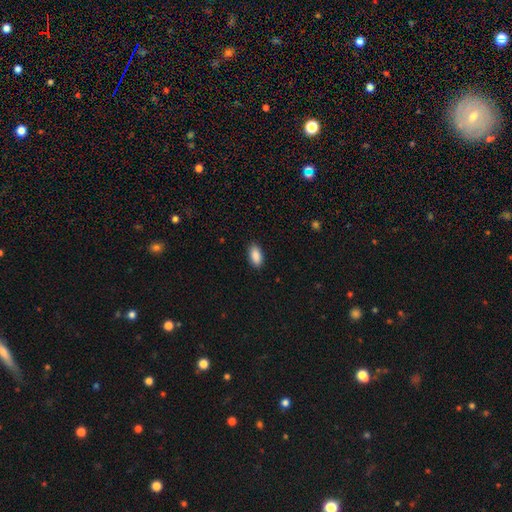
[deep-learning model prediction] A smooth galaxy with no disk features (90%) that is in between round and cigar-shaped (92%).

Vote fractions:
- Smooth or featured? smooth: 90% / star or artifact: 7% / featured or disk: 3%
- How rounded? in between: 92% / cigar-shaped: 5% / round: 3%
- Merging? none: 89% / minor disturbance: 8% / major disturbance: 2% / merger: 1%